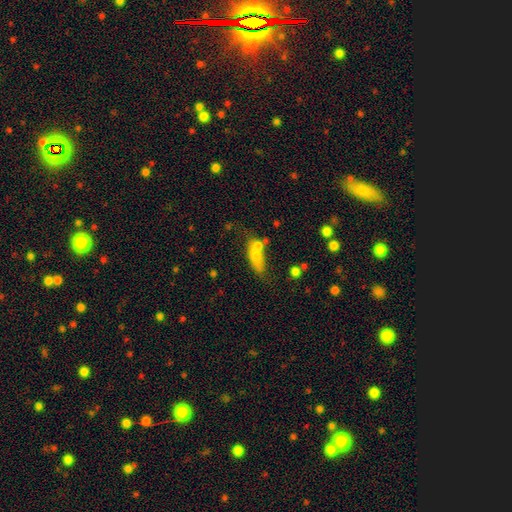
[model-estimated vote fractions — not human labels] smooth 69%, featured or disk 21%, star or artifact 10%. Down the decision tree: how rounded — in between (65%); merging — none (41%).